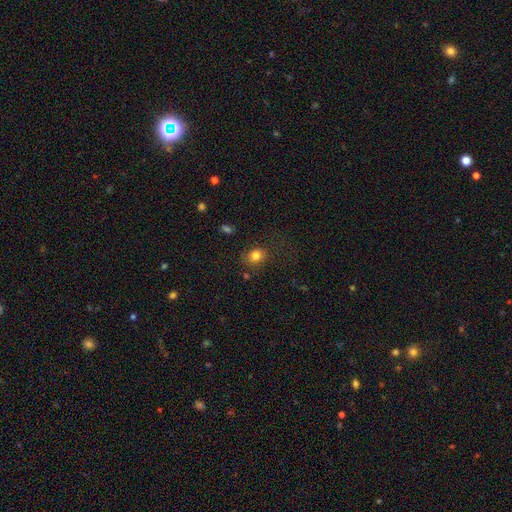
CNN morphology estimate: smooth-or-featured: smooth: 81% | star or artifact: 12% | featured or disk: 7%
  how-rounded: round: 63% | in between: 36% | cigar-shaped: 1%
  merging: none: 74% | minor disturbance: 16% | major disturbance: 7% | merger: 2%